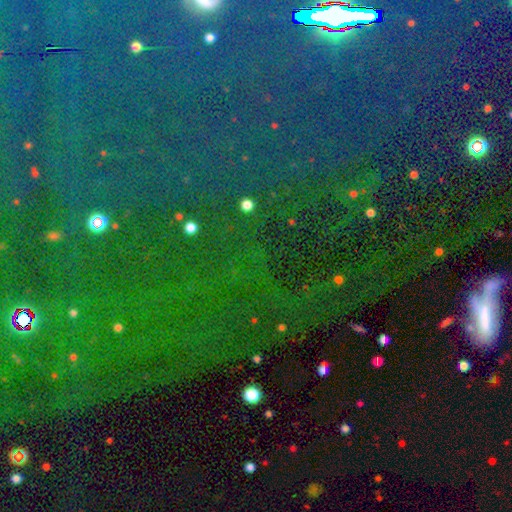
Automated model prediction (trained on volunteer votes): smooth-or-featured: star or artifact: 81% | smooth: 10% | featured or disk: 9%